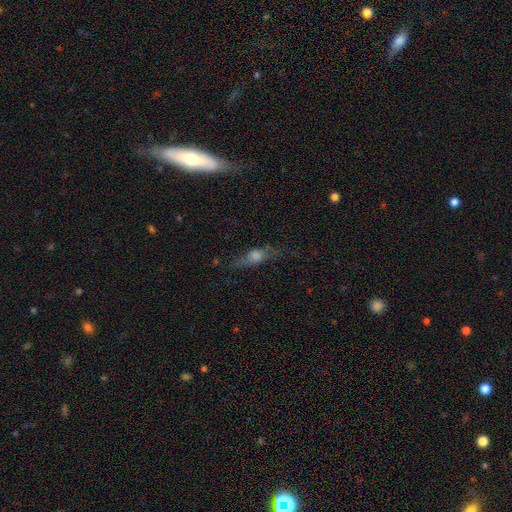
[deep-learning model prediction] This appears to be a featured or disk galaxy (50%). Merging: none (64%).